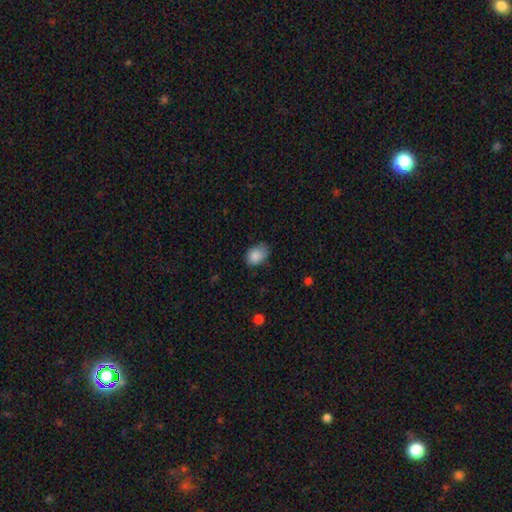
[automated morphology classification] Q: Smooth or featured?
A: smooth (86%); runner-up: star or artifact (8%)
Q: How rounded?
A: in between (73%); runner-up: round (26%)
Q: Merging?
A: none (66%); runner-up: minor disturbance (27%)